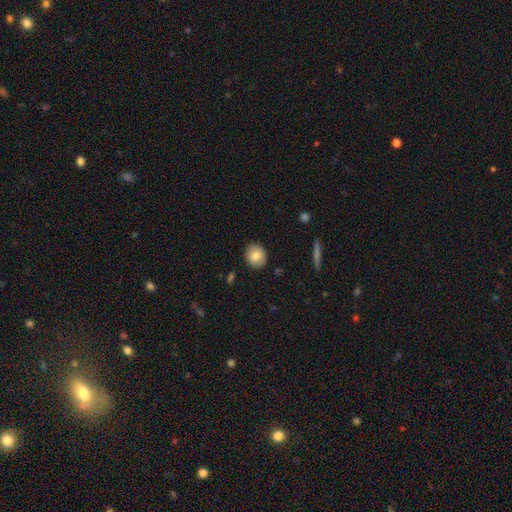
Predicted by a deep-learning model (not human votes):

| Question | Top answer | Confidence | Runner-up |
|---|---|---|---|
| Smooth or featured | smooth | 81% | featured or disk (11%) |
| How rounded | round | 78% | in between (21%) |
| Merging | none | 89% | minor disturbance (8%) |